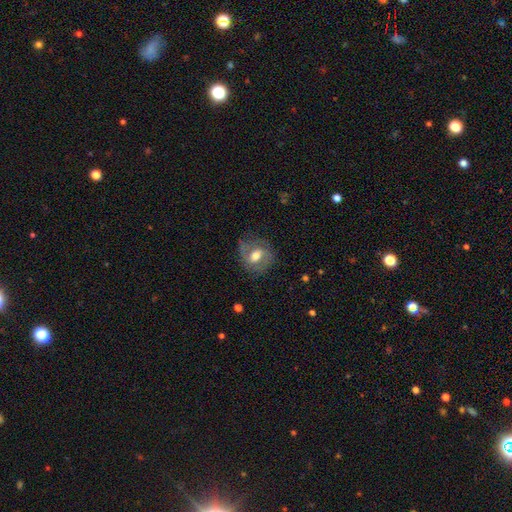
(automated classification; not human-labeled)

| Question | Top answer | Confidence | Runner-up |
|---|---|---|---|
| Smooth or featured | featured or disk | 58% | smooth (34%) |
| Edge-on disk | no | 96% | yes (4%) |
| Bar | weak | 49% | no (29%) |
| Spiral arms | yes | 77% | no (23%) |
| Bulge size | moderate | 65% | large (22%) |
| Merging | none | 69% | minor disturbance (20%) |